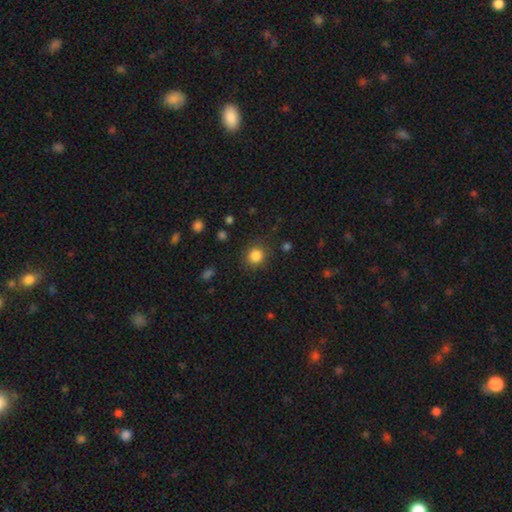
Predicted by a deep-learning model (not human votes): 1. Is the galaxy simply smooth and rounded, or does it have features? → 85% smooth, 11% star or artifact, 4% featured or disk.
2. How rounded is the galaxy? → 88% round, 11% in between, 1% cigar-shaped.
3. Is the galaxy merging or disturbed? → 84% none, 10% minor disturbance, 4% major disturbance, 2% merger.